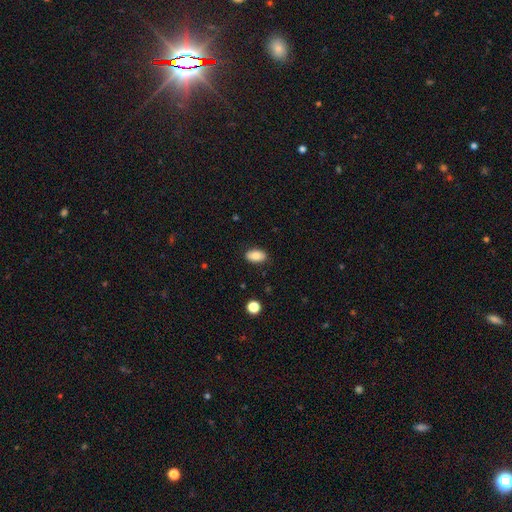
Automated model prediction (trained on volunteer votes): smooth 85%, star or artifact 8%, featured or disk 7%. Down the decision tree: how rounded — in between (92%); merging — none (87%).